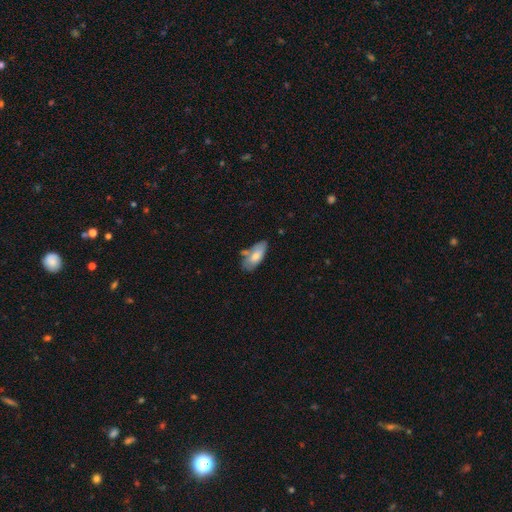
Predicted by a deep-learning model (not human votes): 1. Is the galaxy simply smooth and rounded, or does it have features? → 71% smooth, 23% featured or disk, 6% star or artifact.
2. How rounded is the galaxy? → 85% in between, 13% cigar-shaped, 2% round.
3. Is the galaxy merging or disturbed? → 59% none, 23% minor disturbance, 12% merger, 5% major disturbance.